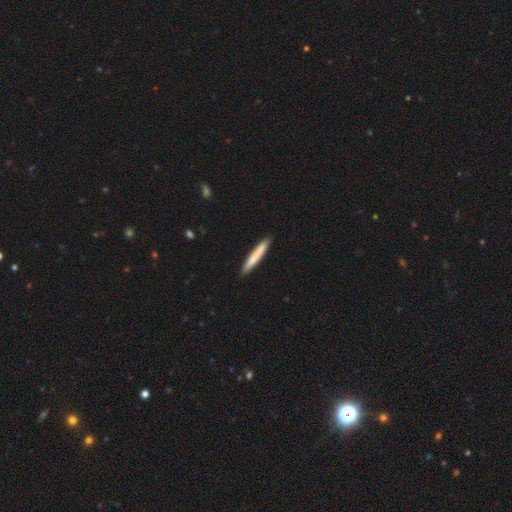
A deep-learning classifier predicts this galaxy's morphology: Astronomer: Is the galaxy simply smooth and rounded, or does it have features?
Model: smooth — 76%.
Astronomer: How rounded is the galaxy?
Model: cigar-shaped — 96%.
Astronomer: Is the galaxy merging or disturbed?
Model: none — 91%.